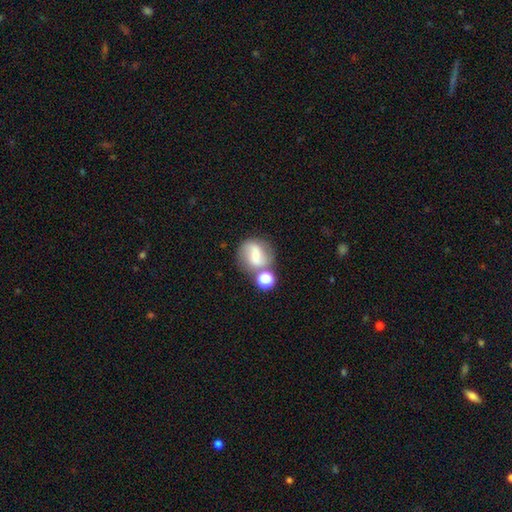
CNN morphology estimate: smooth_or_featured: smooth (p=0.50) [alt: featured or disk p=0.39]
merging: none (p=0.53) [alt: merger p=0.24]